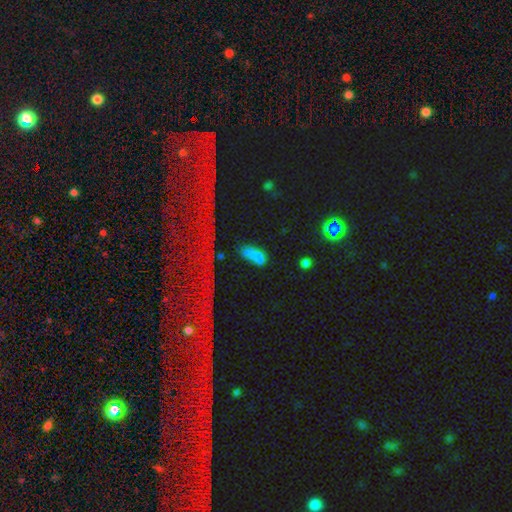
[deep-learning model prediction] The model was most divided on "merging": none: 47%, minor disturbance: 27%, major disturbance: 17%, merger: 9%. More confident: smooth or featured — smooth (71%); how rounded — in between (70%).